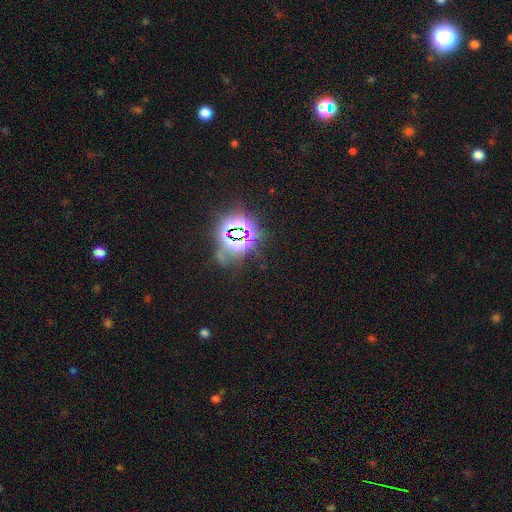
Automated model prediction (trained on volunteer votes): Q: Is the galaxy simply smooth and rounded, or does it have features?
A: star or artifact — 81%.